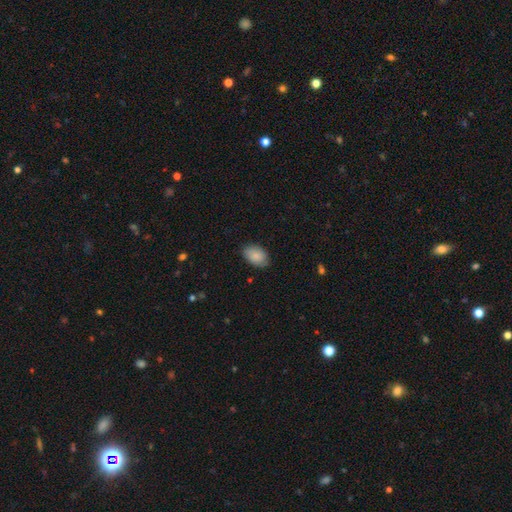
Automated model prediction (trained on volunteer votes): Q: Smooth or featured?
A: smooth (87%); runner-up: featured or disk (7%)
Q: How rounded?
A: in between (90%); runner-up: round (9%)
Q: Merging?
A: none (80%); runner-up: minor disturbance (16%)